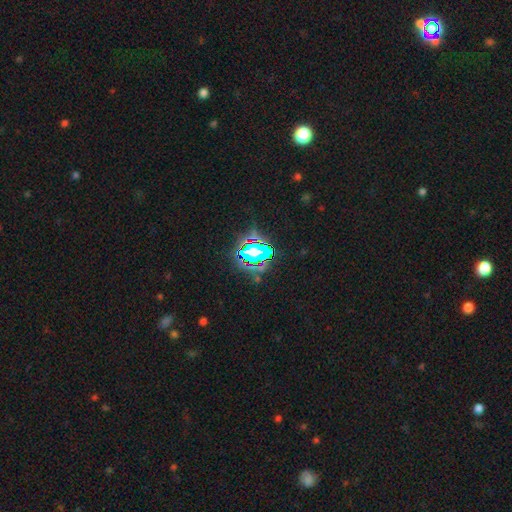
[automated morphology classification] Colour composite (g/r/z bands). It shows a star or artifact, not a galaxy (56%).